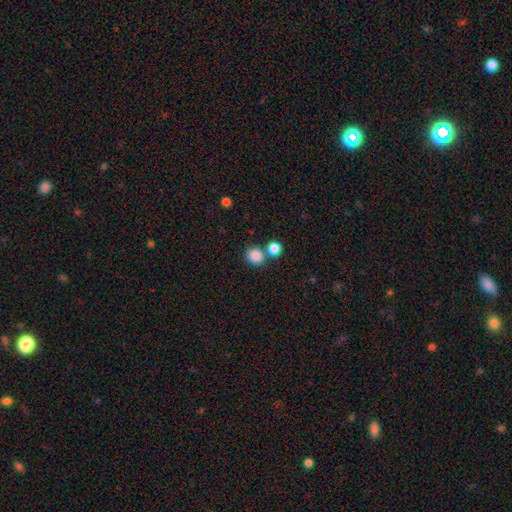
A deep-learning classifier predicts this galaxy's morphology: Overall: smooth (85%). How rounded: round (83%). Merging: none (64%; merger 25%).